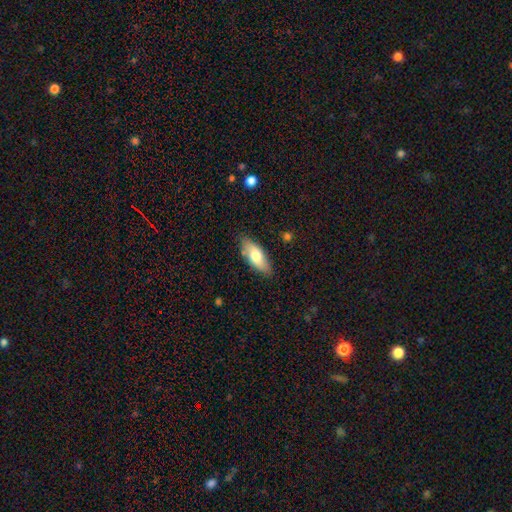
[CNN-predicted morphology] Smooth or featured? Predicted: smooth (p=0.69). How rounded? Predicted: in between (p=0.77). Merging? Predicted: none (p=0.82).